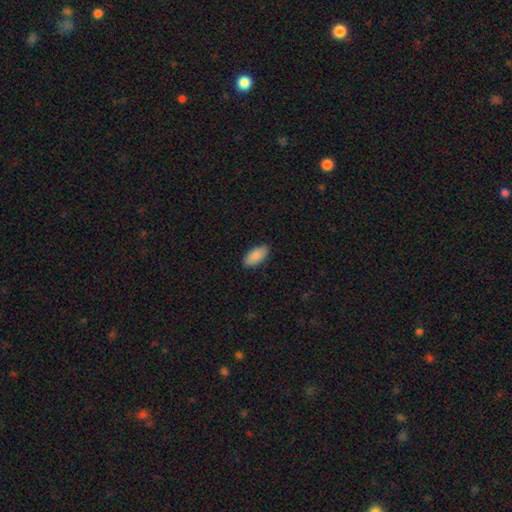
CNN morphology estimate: This appears to be a smooth galaxy with no disk features (88%) that is in between round and cigar-shaped (91%). Merging: none (87%).